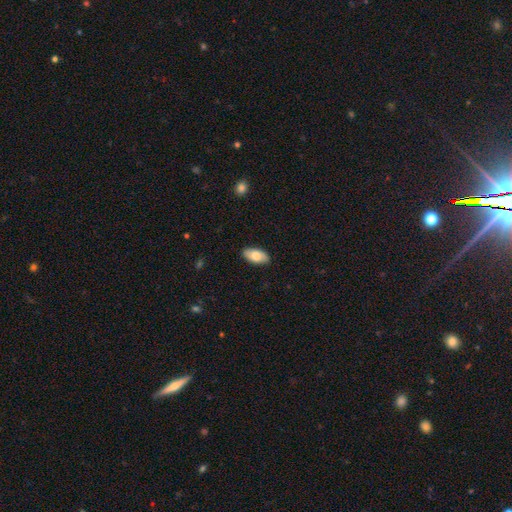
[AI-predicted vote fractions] smooth-or-featured: smooth: 78% | featured or disk: 16% | star or artifact: 6%
  how-rounded: in between: 93% | cigar-shaped: 4% | round: 3%
  merging: none: 87% | minor disturbance: 10% | major disturbance: 2% | merger: 1%